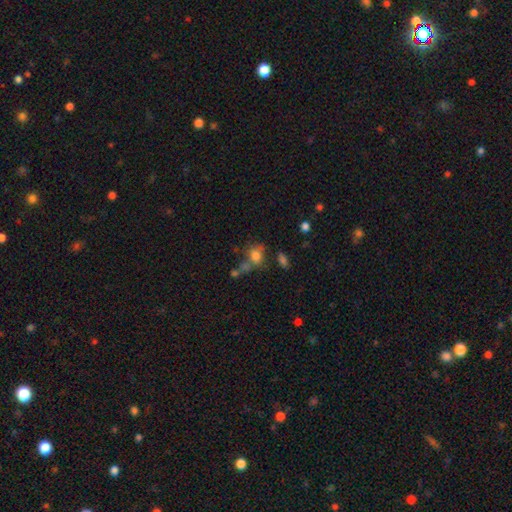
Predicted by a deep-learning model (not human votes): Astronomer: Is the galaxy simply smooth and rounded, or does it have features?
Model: smooth — 72%.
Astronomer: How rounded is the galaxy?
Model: round — 53% (runner-up: in between, 45%).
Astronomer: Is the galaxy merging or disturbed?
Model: none — 45% (runner-up: merger, 25%).